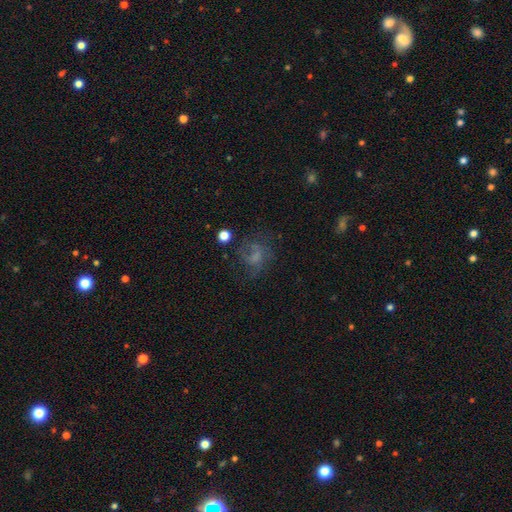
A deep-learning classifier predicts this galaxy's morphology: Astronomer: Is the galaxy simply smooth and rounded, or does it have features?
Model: smooth — 43% (runner-up: featured or disk, 35%).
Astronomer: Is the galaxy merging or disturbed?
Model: none — 48% (runner-up: major disturbance, 28%).